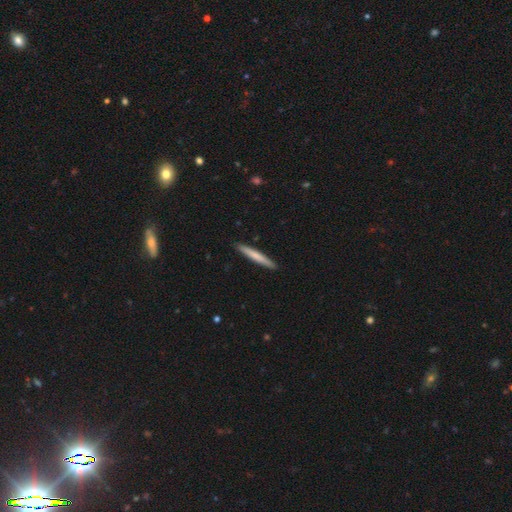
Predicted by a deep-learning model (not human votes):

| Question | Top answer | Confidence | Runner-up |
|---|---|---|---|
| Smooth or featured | smooth | 69% | featured or disk (27%) |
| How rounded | cigar-shaped | 96% | in between (3%) |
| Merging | none | 92% | minor disturbance (6%) |